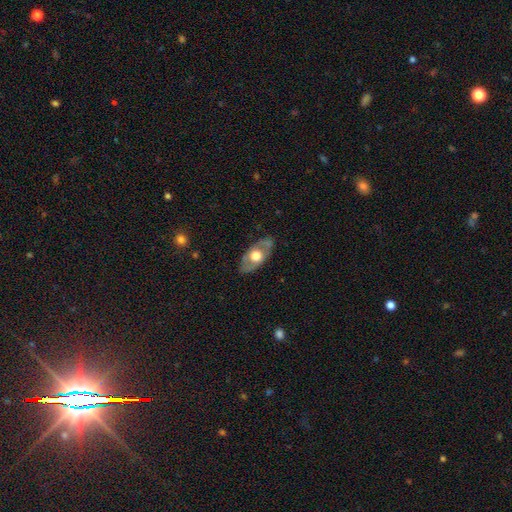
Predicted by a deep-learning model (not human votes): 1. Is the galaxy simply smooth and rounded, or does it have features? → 53% featured or disk, 42% smooth, 5% star or artifact.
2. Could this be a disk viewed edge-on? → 76% no, 24% yes.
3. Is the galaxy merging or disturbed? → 80% none, 14% minor disturbance, 4% major disturbance, 1% merger.